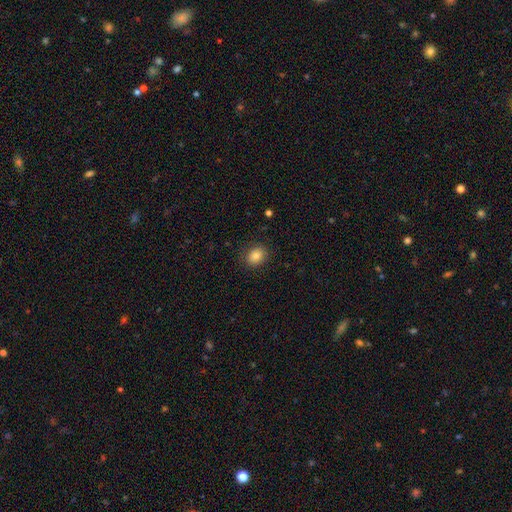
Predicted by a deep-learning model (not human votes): A smooth galaxy with no disk features (83%) that is round (52%).

Vote fractions:
- Smooth or featured? smooth: 83% / star or artifact: 10% / featured or disk: 7%
- How rounded? round: 52% / in between: 47% / cigar-shaped: 1%
- Merging? none: 88% / minor disturbance: 9% / major disturbance: 3% / merger: 1%